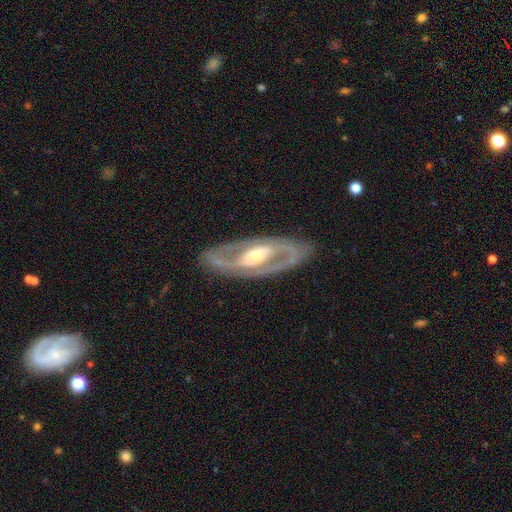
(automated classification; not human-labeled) A featured or disk galaxy (87%) with a strong bar (42%), 2 (89%) medium (50%) spiral arms (85%) and a moderate central bulge (57%). Merging: none (84%).